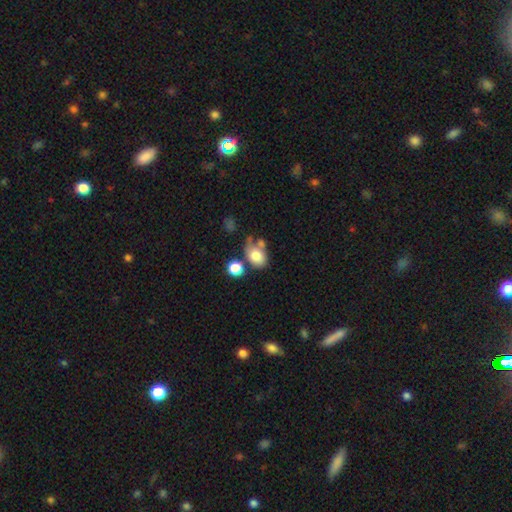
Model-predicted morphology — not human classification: A smooth galaxy with no disk features (75%) that is in between round and cigar-shaped (67%).

Vote fractions:
- Smooth or featured? smooth: 75% / featured or disk: 15% / star or artifact: 10%
- How rounded? in between: 67% / round: 32% / cigar-shaped: 1%
- Merging? none: 40% / merger: 29% / minor disturbance: 20% / major disturbance: 11%